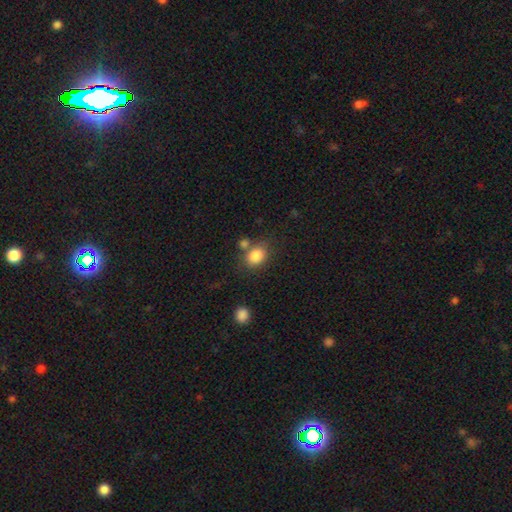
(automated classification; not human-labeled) smooth 84%, star or artifact 9%, featured or disk 6%. Down the decision tree: how rounded — in between (53%); merging — none (64%).